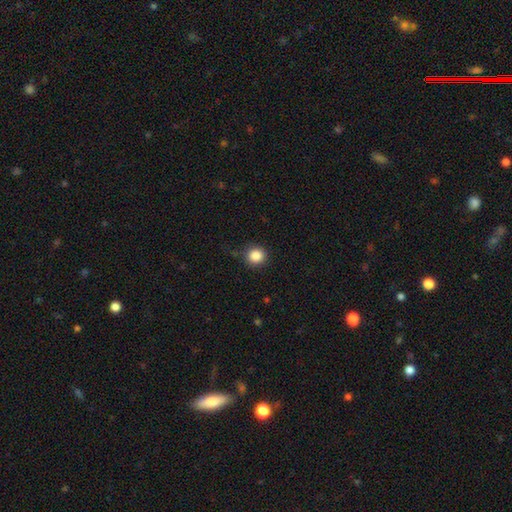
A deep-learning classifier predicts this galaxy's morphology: The model was most divided on "smooth or featured": smooth: 86%, star or artifact: 10%, featured or disk: 3%. More confident: how rounded — round (91%); merging — none (87%).